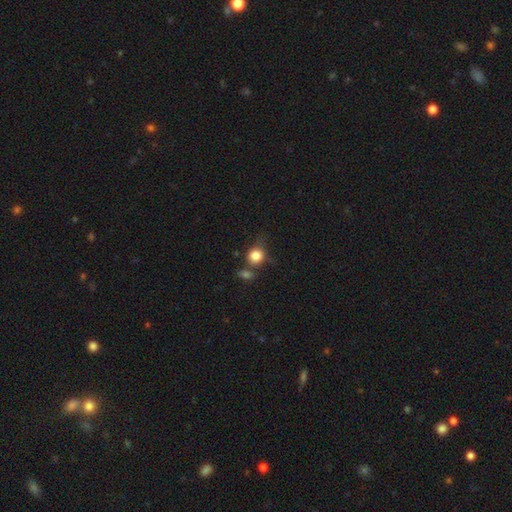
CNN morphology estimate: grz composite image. It shows a smooth galaxy with no disk features (82%) that is round (79%). Merging: none (54%).